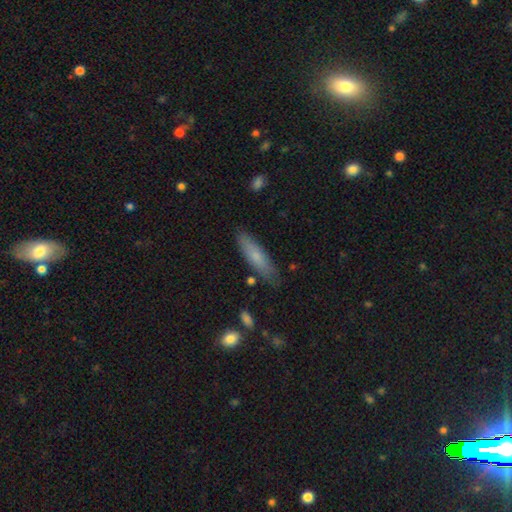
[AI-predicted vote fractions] smooth 72%, featured or disk 22%, star or artifact 6%. Down the decision tree: how rounded — cigar-shaped (70%); merging — none (81%).